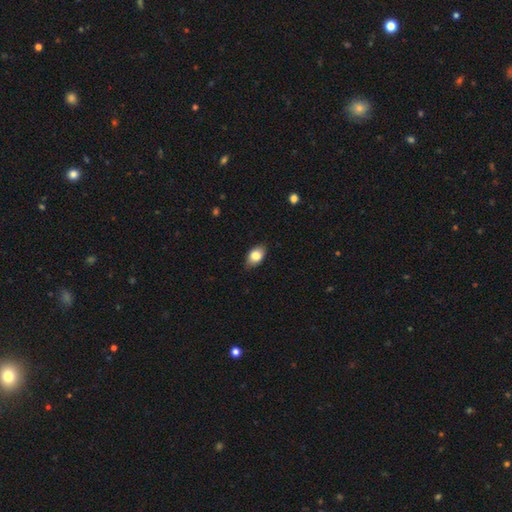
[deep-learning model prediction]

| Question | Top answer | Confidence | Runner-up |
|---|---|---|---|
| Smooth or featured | smooth | 82% | featured or disk (11%) |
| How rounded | in between | 86% | round (12%) |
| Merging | none | 83% | minor disturbance (14%) |